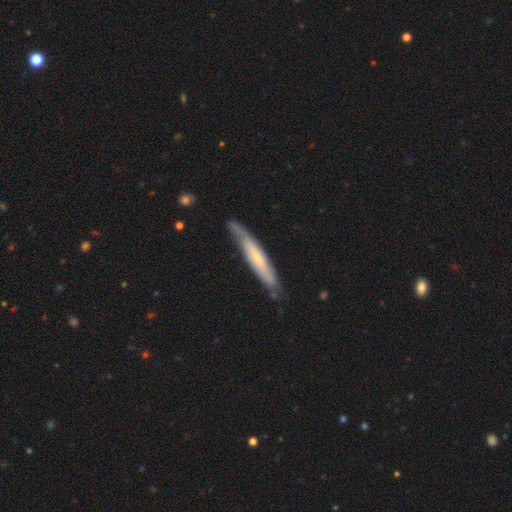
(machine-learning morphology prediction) This is possibly a featured or disk galaxy (55%). It is likely viewed edge-on (72%). Merging: likely none (72%).